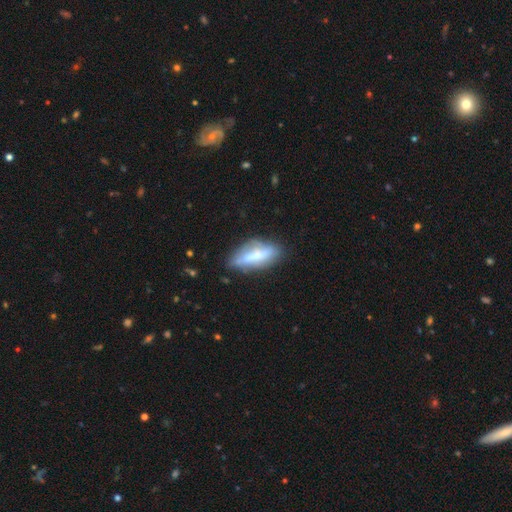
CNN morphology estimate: Smooth or featured? Predicted: smooth (p=0.52). How rounded? Predicted: in between (p=0.57). Merging? Predicted: none (p=0.66).